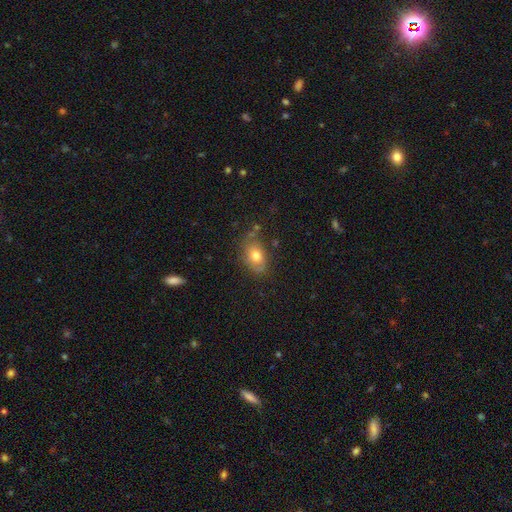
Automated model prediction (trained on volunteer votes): Smooth or featured? smooth (69%)
How rounded? in between (79%)
Merging? none (68%)